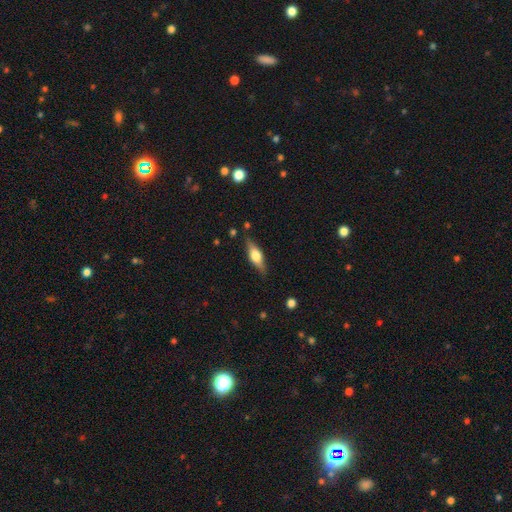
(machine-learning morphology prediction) Q: Smooth or featured?
A: featured or disk (50%); runner-up: smooth (44%)
Q: Edge-on disk?
A: yes (91%); runner-up: no (9%)
Q: Merging?
A: none (83%); runner-up: minor disturbance (12%)